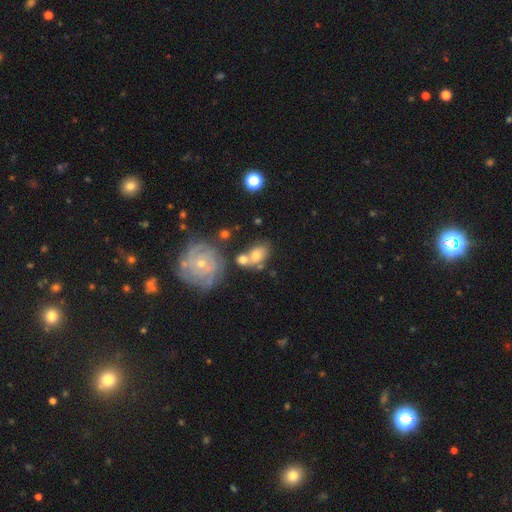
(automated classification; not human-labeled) This appears to be a smooth galaxy with no disk features (46%). Merging: none (44%).